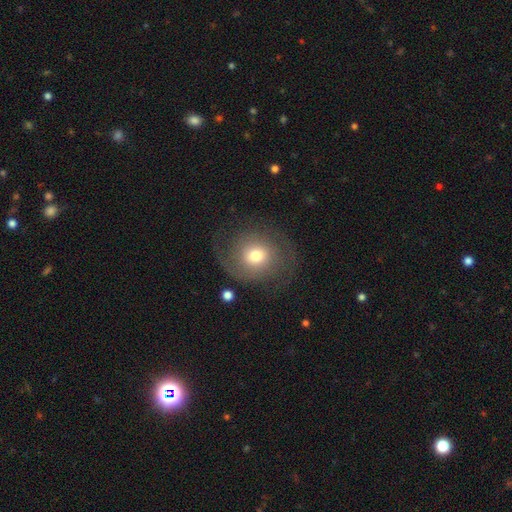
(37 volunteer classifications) Q: Smooth or featured?
A: featured or disk (57%); runner-up: smooth (41%)
Q: Edge-on disk?
A: no (95%); runner-up: yes (5%)
Q: Bar?
A: no (70%); runner-up: weak (30%)
Q: Spiral arms?
A: yes (85%); runner-up: no (15%)
Q: Spiral winding?
A: tight (41%); runner-up: medium (29%)
Q: Spiral arm count?
A: 2 (94%); runner-up: 1 (6%)
Q: Bulge size?
A: moderate (75%); runner-up: large (15%)
Q: Merging?
A: none (64%); runner-up: major disturbance (22%)